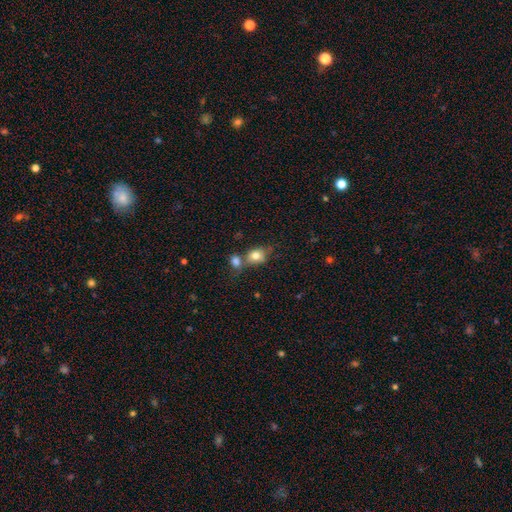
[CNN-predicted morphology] Smooth or featured?
  - smooth: 80% *
  - featured or disk: 10%
  - star or artifact: 10%
How rounded?
  - round: 50% *
  - in between: 49%
  - cigar-shaped: 1%
Merging?
  - none: 44% *
  - merger: 39%
  - minor disturbance: 13%
  - major disturbance: 5%